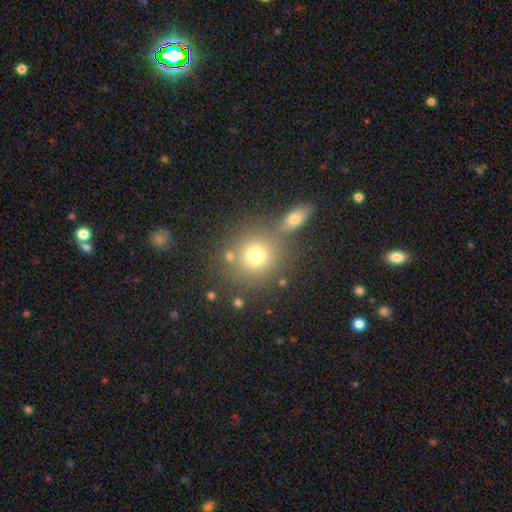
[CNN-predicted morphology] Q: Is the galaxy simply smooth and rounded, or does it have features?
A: smooth — 73%.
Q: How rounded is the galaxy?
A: round — 86%.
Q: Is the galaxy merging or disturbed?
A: none — 65%.